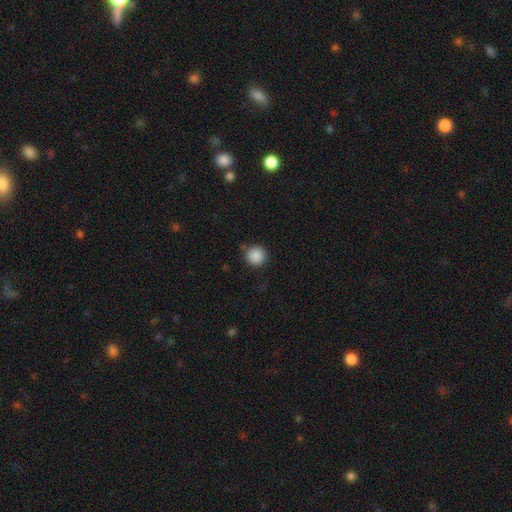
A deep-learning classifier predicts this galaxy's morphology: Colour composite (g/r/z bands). It shows a smooth galaxy with no disk features (88%) that is round (95%). Merging: none (87%).